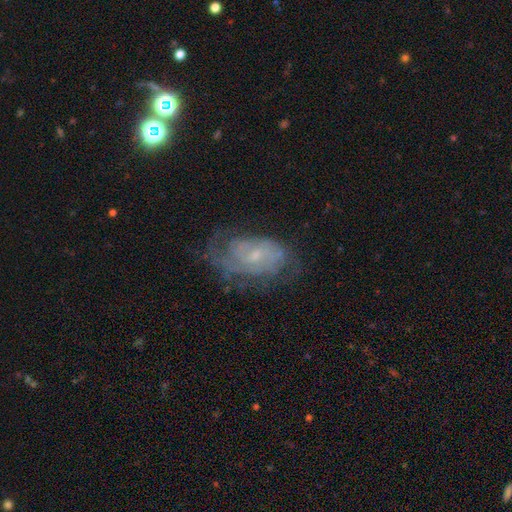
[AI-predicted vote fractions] Smooth or featured?
  - featured or disk: 73% *
  - smooth: 18%
  - star or artifact: 9%
Edge-on disk?
  - no: 96% *
  - yes: 4%
Bar?
  - no: 64% *
  - weak: 32%
  - strong: 4%
Spiral arms?
  - yes: 85% *
  - no: 15%
Spiral winding?
  - tight: 52% *
  - medium: 35%
  - loose: 13%
Spiral arm count?
  - can't tell: 48% *
  - 2: 26%
  - 3: 11%
  - 1: 7%
  - 4: 5%
  - more than 4: 4%
Bulge size?
  - small: 68% *
  - moderate: 23%
  - none: 6%
  - large: 1%
  - dominant: 1%
Merging?
  - none: 55% *
  - minor disturbance: 25%
  - major disturbance: 18%
  - merger: 2%